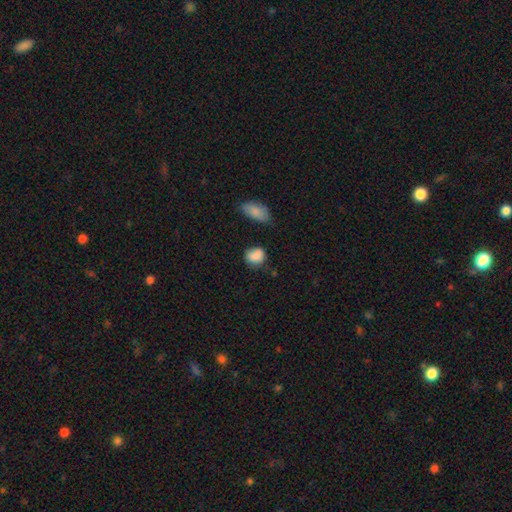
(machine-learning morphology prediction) Smooth or featured?
  - smooth: 86% *
  - star or artifact: 9%
  - featured or disk: 5%
How rounded?
  - round: 57% *
  - in between: 41%
  - cigar-shaped: 1%
Merging?
  - none: 64% *
  - minor disturbance: 24%
  - major disturbance: 6%
  - merger: 6%